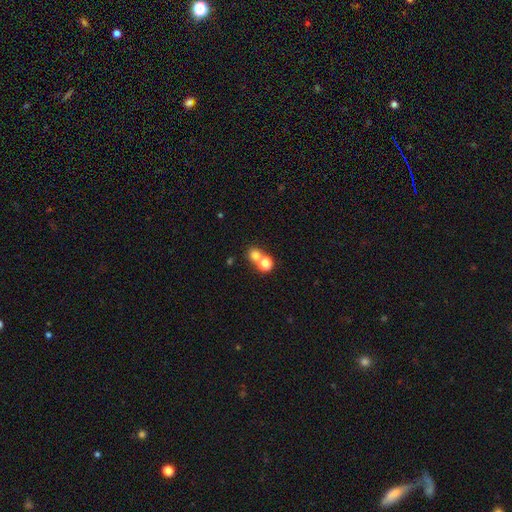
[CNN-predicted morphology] Overall: smooth (73%). How rounded: round (85%). Merging: none (50%; merger 41%).